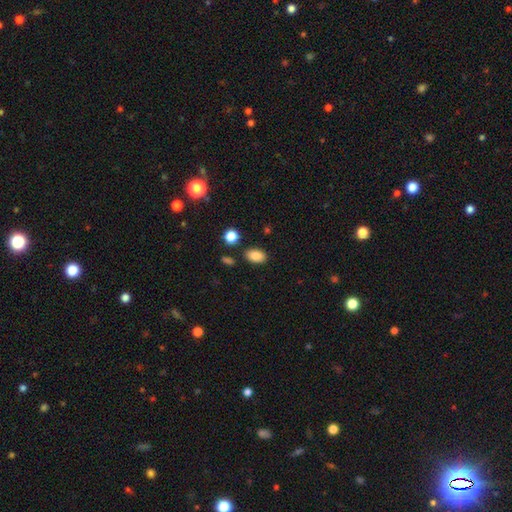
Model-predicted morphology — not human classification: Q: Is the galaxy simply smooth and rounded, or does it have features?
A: smooth — 85%.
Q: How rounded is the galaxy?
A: in between — 88%.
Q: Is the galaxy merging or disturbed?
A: none — 84%.